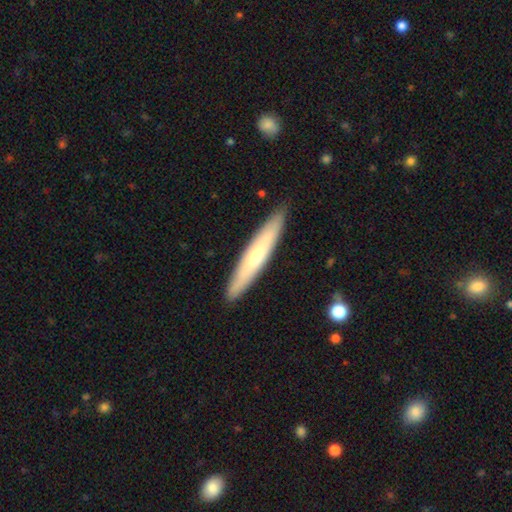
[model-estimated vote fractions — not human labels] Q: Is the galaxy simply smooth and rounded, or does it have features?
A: smooth — 58%.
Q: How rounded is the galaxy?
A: cigar-shaped — 91%.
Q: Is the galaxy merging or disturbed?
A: none — 90%.